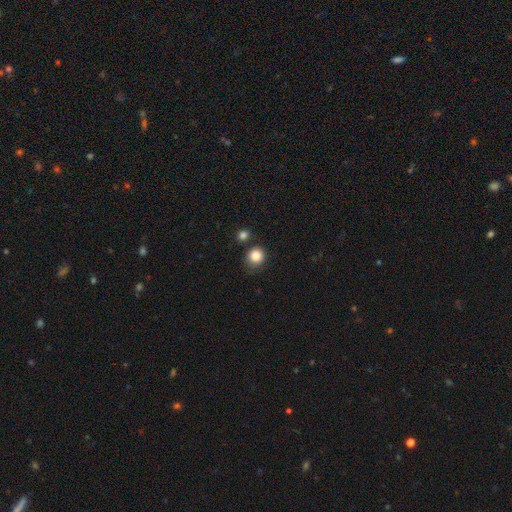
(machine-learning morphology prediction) smooth 85%, star or artifact 10%, featured or disk 4%. Down the decision tree: how rounded — round (88%); merging — none (74%).